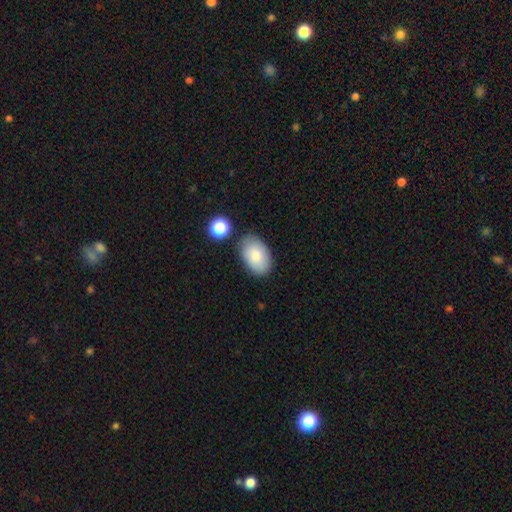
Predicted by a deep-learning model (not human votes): This appears to be a smooth galaxy with no disk features (83%) that is in between round and cigar-shaped (93%). Merging: none (80%).